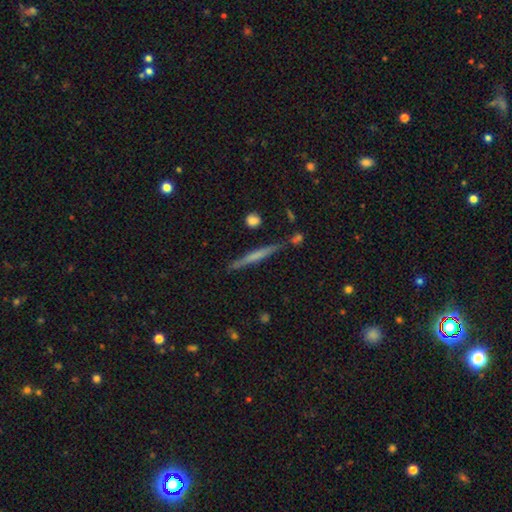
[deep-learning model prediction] Morphology: type=featured or disk (50%); merging=none (83%).